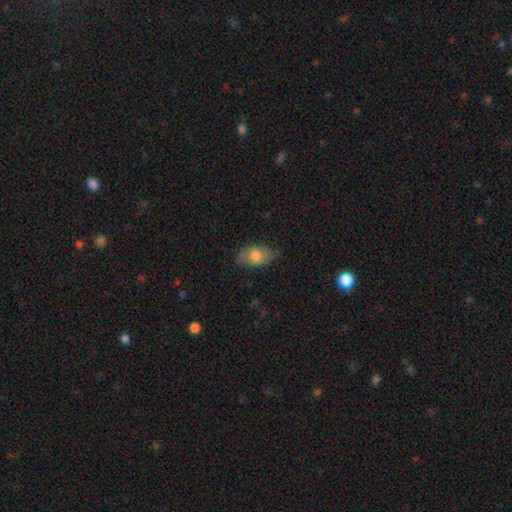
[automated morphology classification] A smooth galaxy with no disk features (75%) that is in between round and cigar-shaped (90%).

Vote fractions:
- Smooth or featured? smooth: 75% / featured or disk: 17% / star or artifact: 7%
- How rounded? in between: 90% / round: 9% / cigar-shaped: 2%
- Merging? none: 77% / minor disturbance: 18% / major disturbance: 4% / merger: 1%